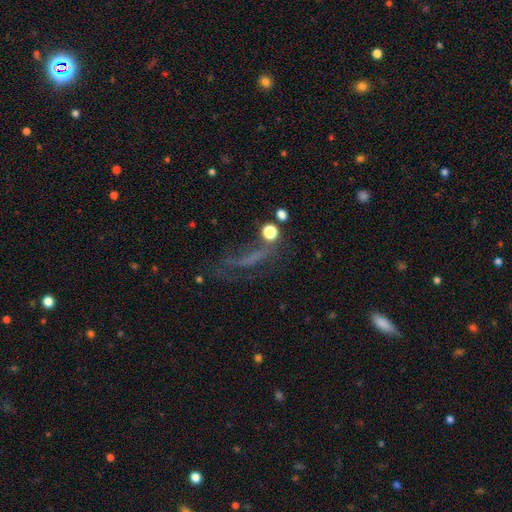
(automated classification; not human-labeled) The model was most divided on "smooth or featured": featured or disk: 37%, star or artifact: 32%, smooth: 31%. Remaining: merging — none (41%).